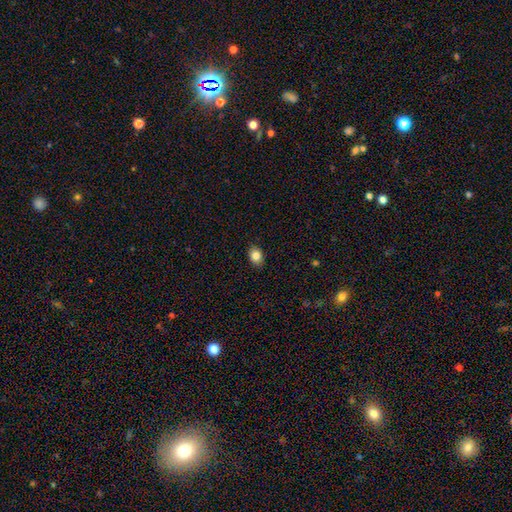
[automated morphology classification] A smooth galaxy with no disk features (84%) that is in between round and cigar-shaped (70%).

Vote fractions:
- Smooth or featured? smooth: 84% / star or artifact: 9% / featured or disk: 7%
- How rounded? in between: 70% / round: 29% / cigar-shaped: 1%
- Merging? none: 88% / minor disturbance: 9% / major disturbance: 2% / merger: 1%